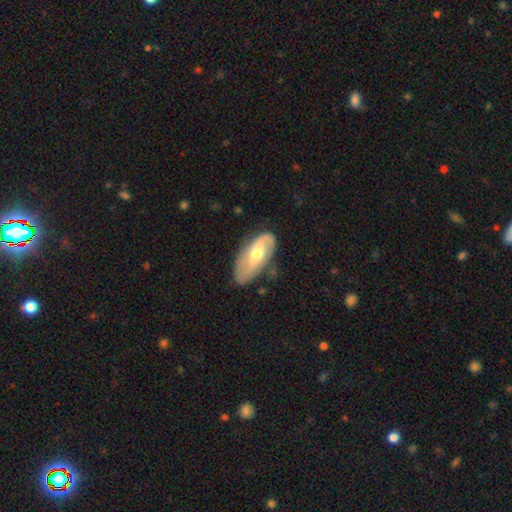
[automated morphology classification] The model was most divided on "bar": no: 45%, weak: 40%, strong: 15%. More confident: edge-on disk — no (90%); spiral arms — yes (76%); merging — none (65%); bulge size — moderate (62%); smooth or featured — featured or disk (57%).